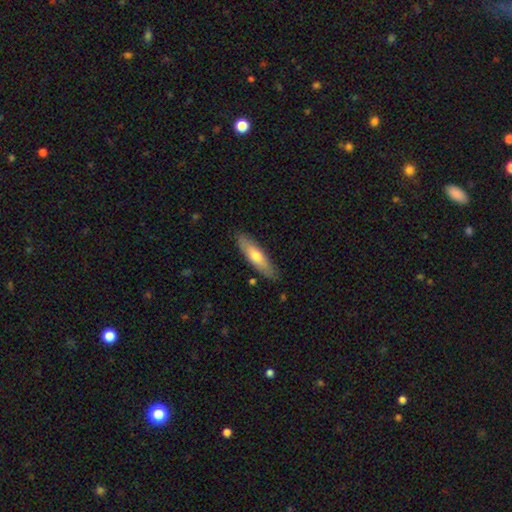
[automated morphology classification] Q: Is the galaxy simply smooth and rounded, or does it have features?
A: smooth — 61%.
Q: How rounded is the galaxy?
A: cigar-shaped — 69%.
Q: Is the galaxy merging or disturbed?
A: none — 85%.